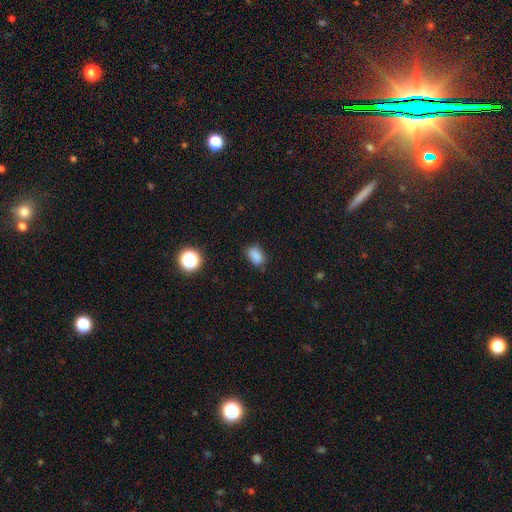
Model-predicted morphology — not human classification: A smooth galaxy with no disk features (83%) that is in between round and cigar-shaped (82%). Merging: none (73%).